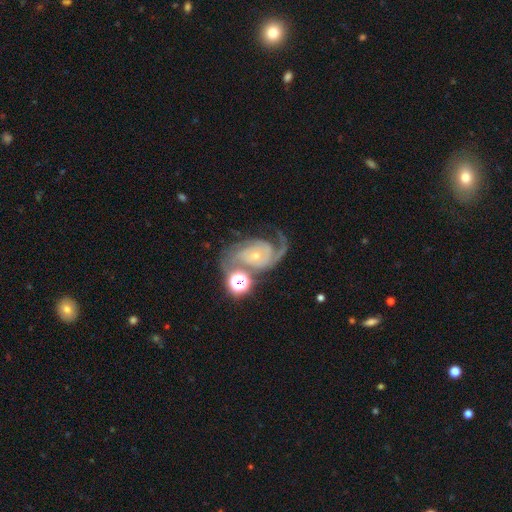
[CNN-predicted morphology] Smooth or featured?
  - featured or disk: 87% *
  - star or artifact: 7%
  - smooth: 7%
Edge-on disk?
  - no: 98% *
  - yes: 2%
Bar?
  - no: 70% *
  - weak: 24%
  - strong: 6%
Spiral arms?
  - yes: 97% *
  - no: 3%
Spiral winding?
  - medium: 47% *
  - tight: 31%
  - loose: 22%
Spiral arm count?
  - 2: 68% *
  - 1: 10%
  - 3: 9%
  - can't tell: 8%
  - 4: 3%
  - more than 4: 3%
Bulge size?
  - small: 74% *
  - moderate: 21%
  - none: 2%
  - large: 2%
  - dominant: 1%
Merging?
  - none: 48% *
  - major disturbance: 20%
  - minor disturbance: 18%
  - merger: 14%